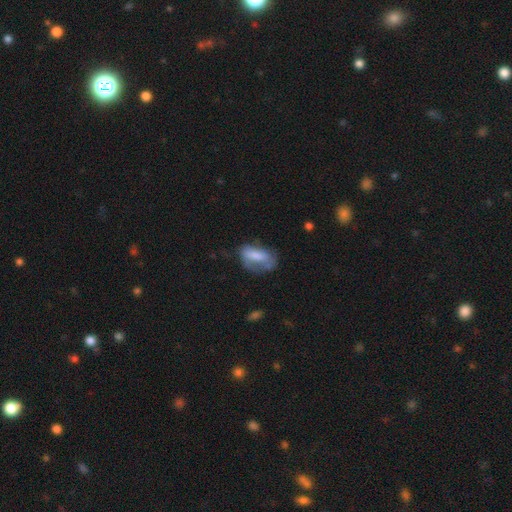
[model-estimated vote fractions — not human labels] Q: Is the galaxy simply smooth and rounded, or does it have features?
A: smooth — 65%.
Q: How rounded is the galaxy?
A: in between — 86%.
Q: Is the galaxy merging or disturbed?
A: none — 42%.